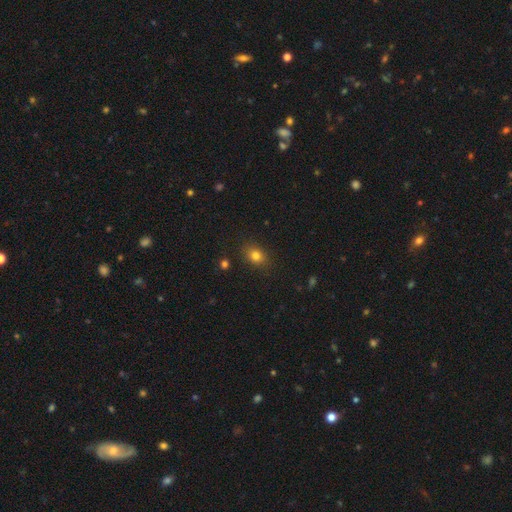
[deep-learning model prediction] smooth 80%, star or artifact 12%, featured or disk 7%. Down the decision tree: how rounded — in between (59%); merging — none (85%).